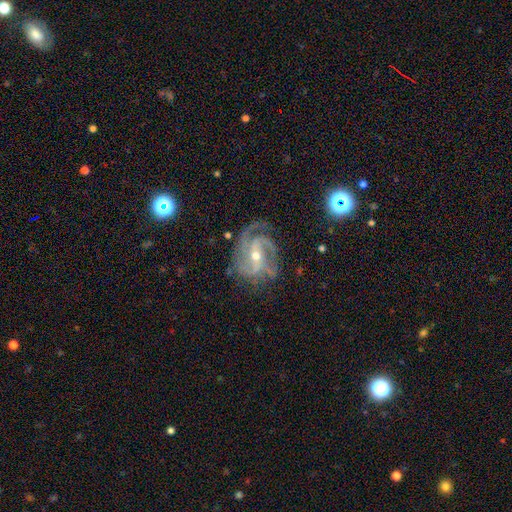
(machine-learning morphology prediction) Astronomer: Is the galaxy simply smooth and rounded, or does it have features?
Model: featured or disk — 91%.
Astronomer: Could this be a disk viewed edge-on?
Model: no — 97%.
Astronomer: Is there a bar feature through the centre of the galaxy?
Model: weak — 39% (runner-up: strong, 34%).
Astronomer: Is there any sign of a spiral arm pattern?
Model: yes — 98%.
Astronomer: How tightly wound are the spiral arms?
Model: medium — 49% (runner-up: tight, 40%).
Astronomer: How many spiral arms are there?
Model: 3 — 43% (runner-up: 2, 28%).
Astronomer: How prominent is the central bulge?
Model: small — 51% (runner-up: moderate, 46%).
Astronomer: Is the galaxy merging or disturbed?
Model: none — 68%.